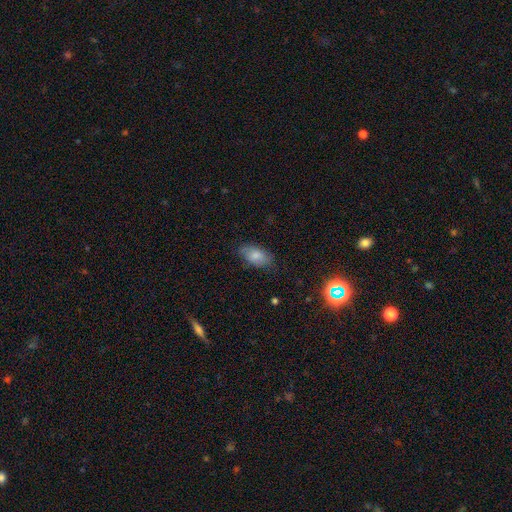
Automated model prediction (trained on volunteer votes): A smooth galaxy with no disk features (78%) that is in between round and cigar-shaped (92%).

Vote fractions:
- Smooth or featured? smooth: 78% / featured or disk: 15% / star or artifact: 8%
- How rounded? in between: 92% / round: 5% / cigar-shaped: 3%
- Merging? none: 75% / minor disturbance: 19% / major disturbance: 5% / merger: 1%